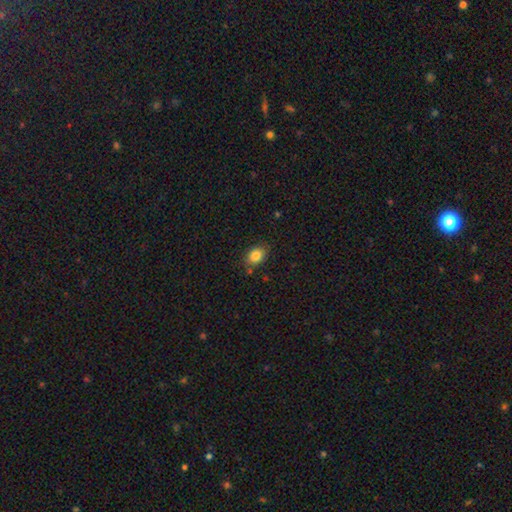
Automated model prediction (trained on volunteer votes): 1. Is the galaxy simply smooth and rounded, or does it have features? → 84% smooth, 9% star or artifact, 7% featured or disk.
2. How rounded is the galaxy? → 68% in between, 31% round, 1% cigar-shaped.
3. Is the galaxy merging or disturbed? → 77% none, 16% minor disturbance, 4% merger, 3% major disturbance.